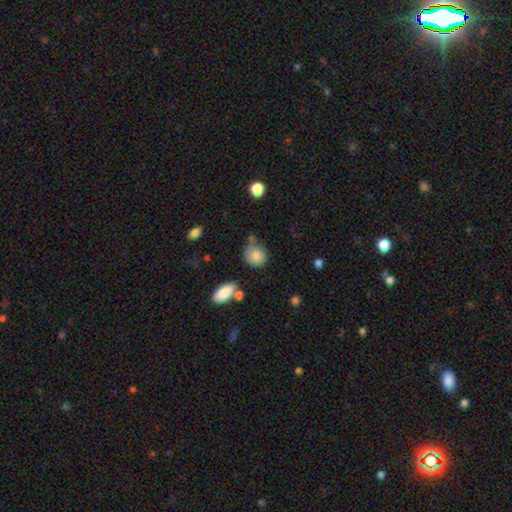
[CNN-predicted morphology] smooth-or-featured: smooth: 84% | star or artifact: 8% | featured or disk: 7%
  how-rounded: round: 75% | in between: 24% | cigar-shaped: 1%
  merging: none: 59% | minor disturbance: 23% | merger: 11% | major disturbance: 7%